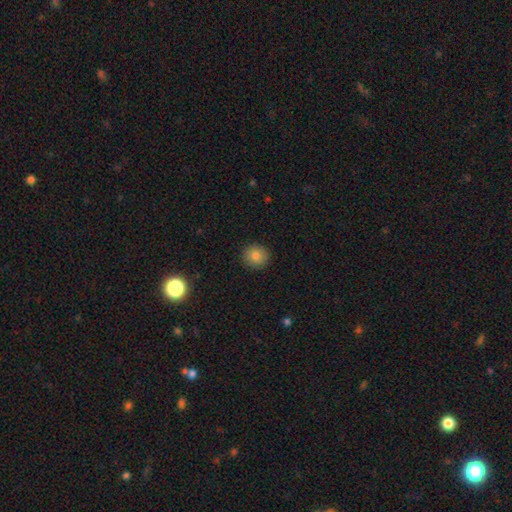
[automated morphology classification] Overall: smooth (82%). How rounded: round (91%). Merging: none (91%).